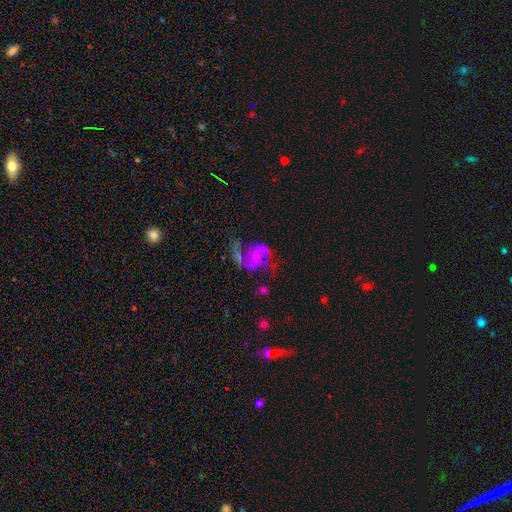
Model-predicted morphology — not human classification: type=featured or disk (76%); edge-on=no (98%); bar=no (52%); spiral arms=yes (85%); winding=loose (61%); arm count=2 (81%); bulge=none (51%); merging=none (43%).